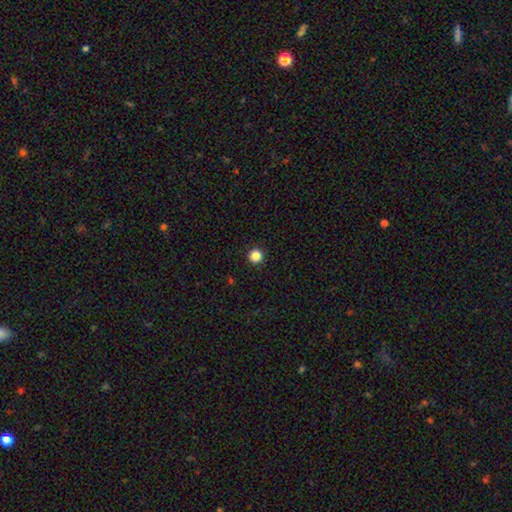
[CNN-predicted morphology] smooth 86%, star or artifact 11%, featured or disk 3%. Down the decision tree: how rounded — round (96%); merging — none (93%).